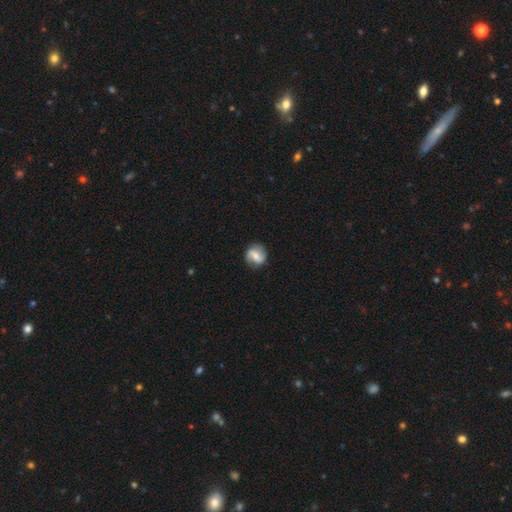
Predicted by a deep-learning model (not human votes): Smooth or featured?
  - featured or disk: 67% *
  - smooth: 27%
  - star or artifact: 7%
Edge-on disk?
  - no: 97% *
  - yes: 3%
Bar?
  - weak: 42% *
  - strong: 34%
  - no: 23%
Spiral arms?
  - yes: 90% *
  - no: 10%
Spiral winding?
  - loose: 46% *
  - medium: 37%
  - tight: 18%
Spiral arm count?
  - 2: 89% *
  - can't tell: 5%
  - 1: 3%
  - 3: 1%
  - 4: 1%
  - more than 4: 1%
Bulge size?
  - small: 44% * (tied)
  - moderate: 44% * (tied)
  - none: 7%
  - large: 4%
  - dominant: 1%
Merging?
  - none: 82% *
  - minor disturbance: 13%
  - major disturbance: 4%
  - merger: 1%